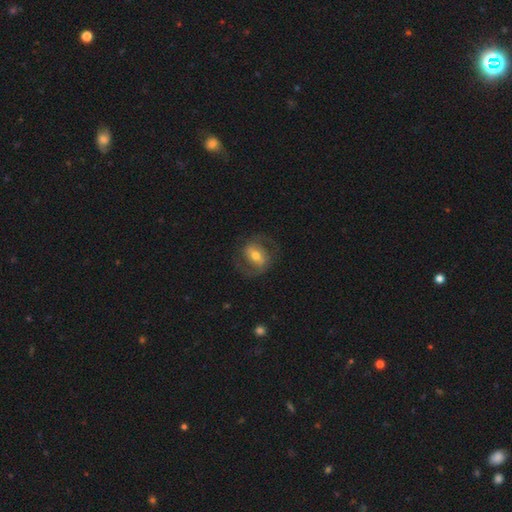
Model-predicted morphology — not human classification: This appears to be a featured or disk galaxy (69%) with a weak bar (40%), 2 (89%) medium (53%) spiral arms (87%) and a moderate central bulge (65%). Merging: none (74%).